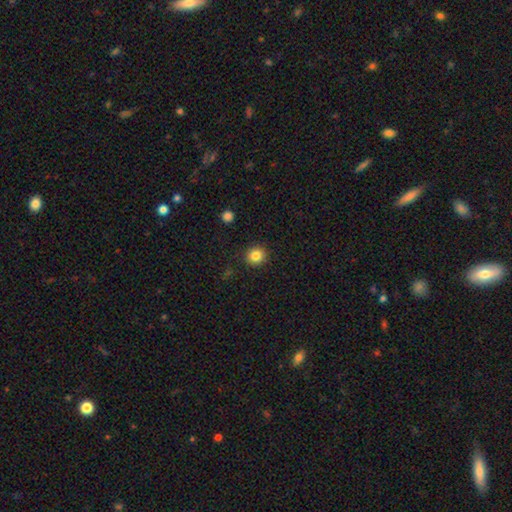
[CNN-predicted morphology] Overall: smooth (84%). How rounded: round (91%). Merging: none (91%).